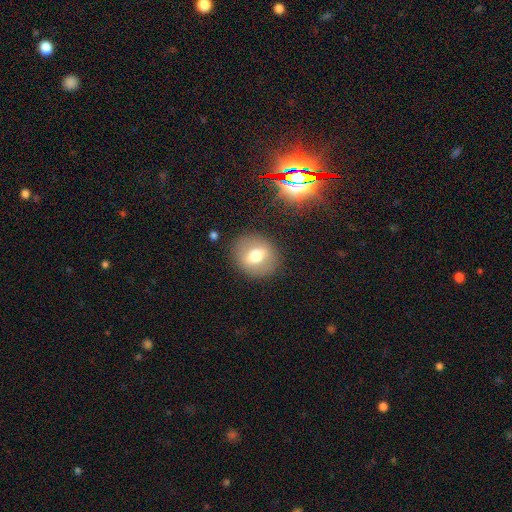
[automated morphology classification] This appears to be a smooth galaxy with no disk features (56%) that is round (73%). Merging: none (86%).